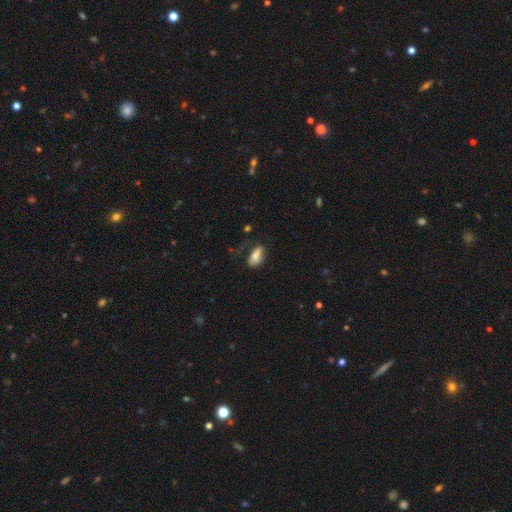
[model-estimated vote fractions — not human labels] smooth_or_featured: smooth (p=0.76) [alt: featured or disk p=0.15]
how_rounded: in between (p=0.84) [alt: cigar-shaped p=0.13]
merging: none (p=0.50) [alt: minor disturbance p=0.28]